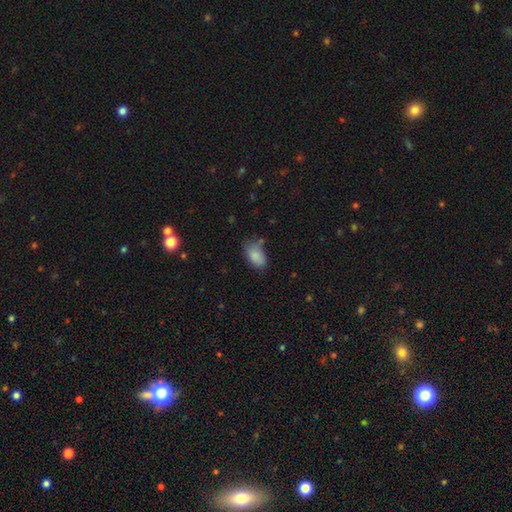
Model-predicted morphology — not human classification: smooth-or-featured: smooth: 85% | star or artifact: 8% | featured or disk: 7%
  how-rounded: in between: 91% | round: 8% | cigar-shaped: 2%
  merging: none: 55% | minor disturbance: 30% | major disturbance: 9% | merger: 6%